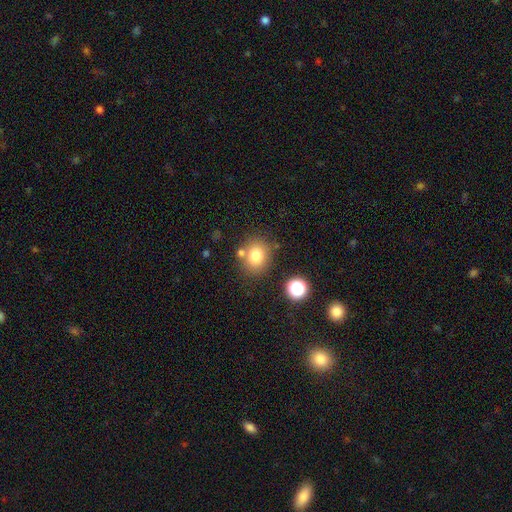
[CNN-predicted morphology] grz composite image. It shows a smooth galaxy with no disk features (78%) that is round (73%). Merging: none (73%).